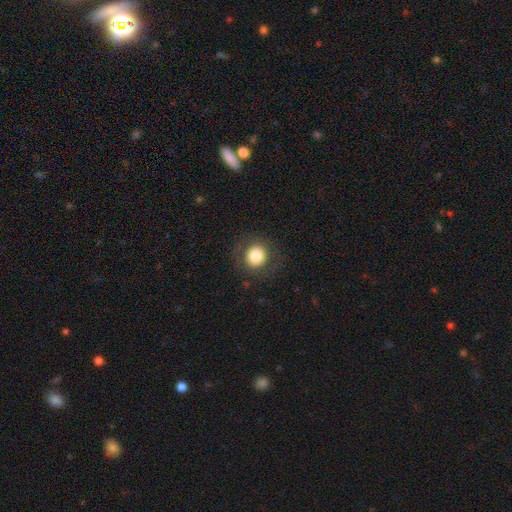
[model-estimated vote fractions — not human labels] Q: Smooth or featured?
A: smooth (79%); runner-up: featured or disk (11%)
Q: How rounded?
A: round (90%); runner-up: in between (9%)
Q: Merging?
A: none (86%); runner-up: minor disturbance (8%)